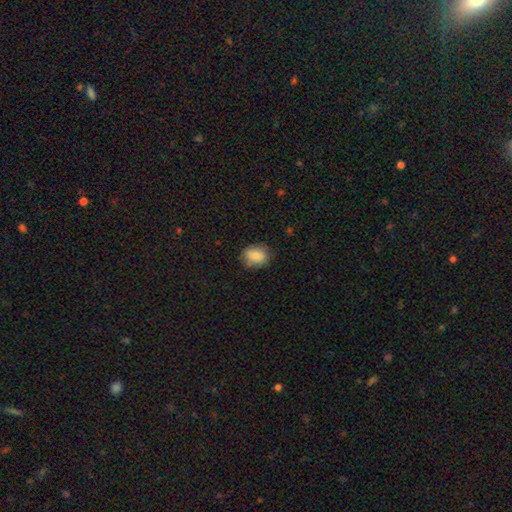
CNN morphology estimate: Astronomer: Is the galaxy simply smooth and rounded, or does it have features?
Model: smooth — 86%.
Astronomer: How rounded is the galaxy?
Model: in between — 55% (runner-up: round, 44%).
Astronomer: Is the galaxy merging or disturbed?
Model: none — 79%.